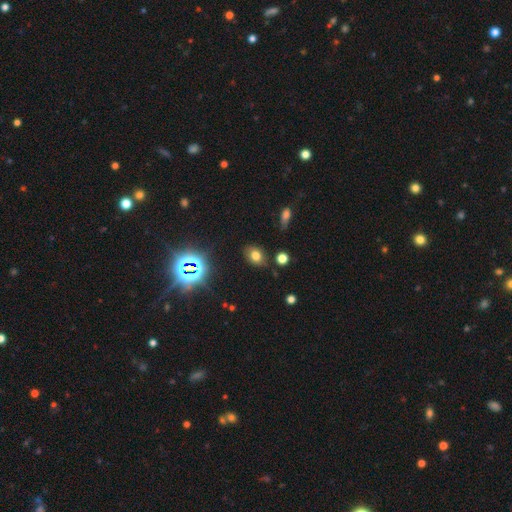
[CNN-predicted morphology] smooth_or_featured: smooth (p=0.68) [alt: star or artifact p=0.21]
how_rounded: in between (p=0.69) [alt: round p=0.29]
merging: none (p=0.79) [alt: minor disturbance p=0.14]